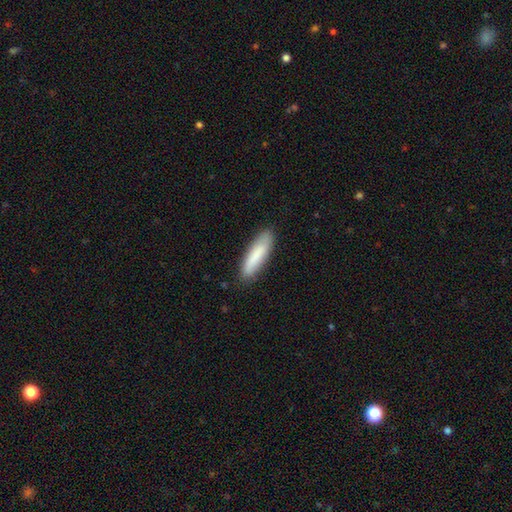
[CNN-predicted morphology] Q: Smooth or featured?
A: smooth (80%); runner-up: featured or disk (14%)
Q: How rounded?
A: cigar-shaped (70%); runner-up: in between (28%)
Q: Merging?
A: none (86%); runner-up: minor disturbance (11%)